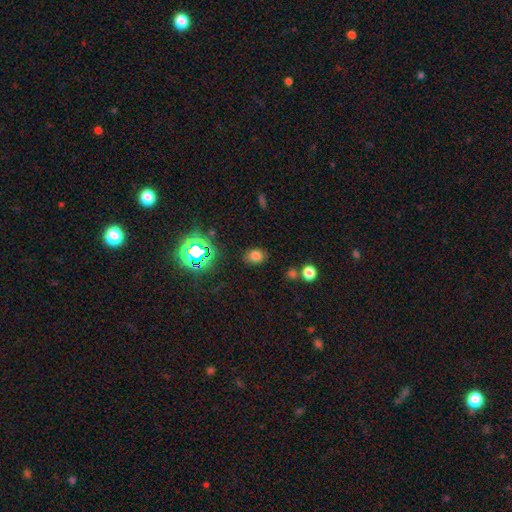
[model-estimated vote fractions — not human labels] smooth 72%, star or artifact 20%, featured or disk 8%. Down the decision tree: how rounded — in between (66%); merging — none (82%).